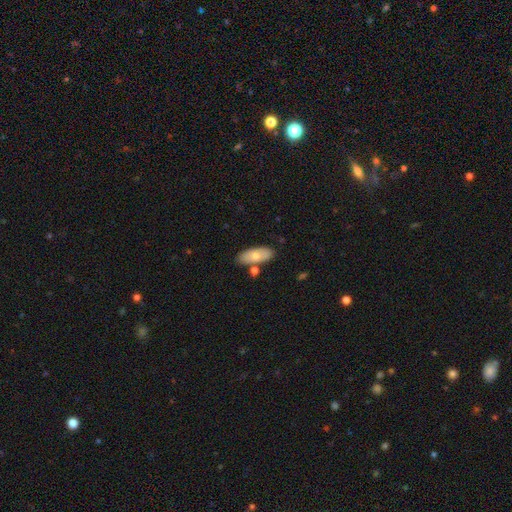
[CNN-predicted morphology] smooth 72%, featured or disk 22%, star or artifact 6%. Down the decision tree: how rounded — in between (84%); merging — none (76%).